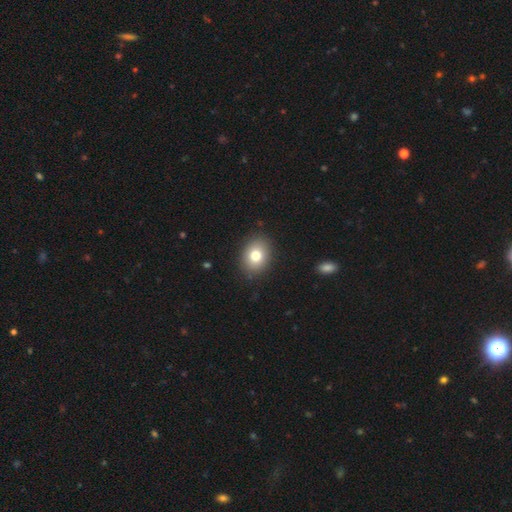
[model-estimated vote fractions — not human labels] A smooth galaxy with no disk features (79%) that is in between round and cigar-shaped (59%). Merging: none (88%).